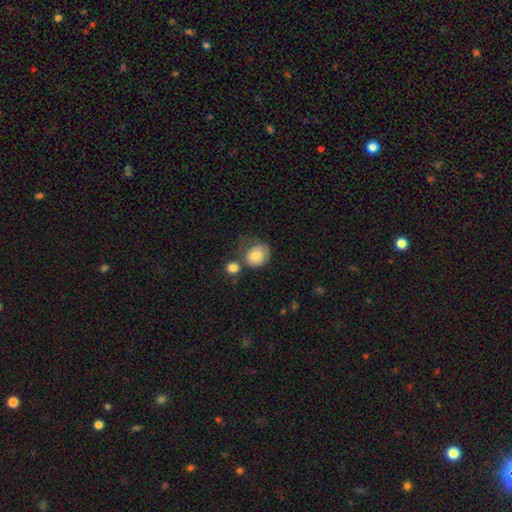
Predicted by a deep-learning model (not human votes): smooth_or_featured: smooth (p=0.74) [alt: featured or disk p=0.19]
how_rounded: round (p=0.70) [alt: in between p=0.29]
merging: none (p=0.41) [alt: merger p=0.23]